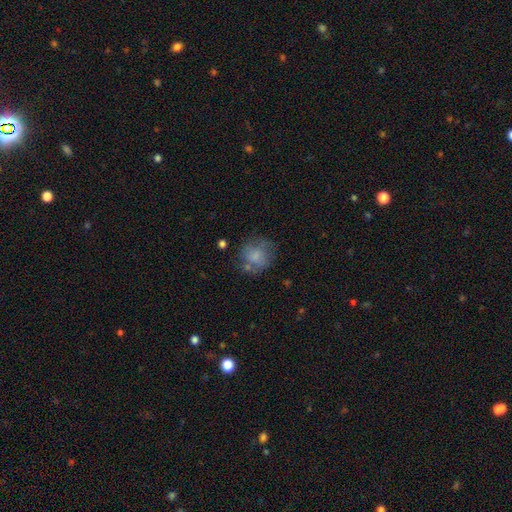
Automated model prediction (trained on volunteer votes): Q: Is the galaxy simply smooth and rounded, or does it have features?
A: smooth — 72%.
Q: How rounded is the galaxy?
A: round — 80%.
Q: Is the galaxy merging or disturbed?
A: none — 56%.